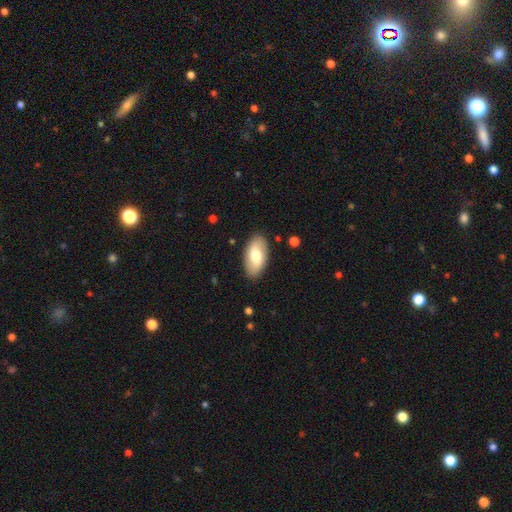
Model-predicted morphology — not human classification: smooth 65%, featured or disk 30%, star or artifact 6%. Down the decision tree: how rounded — in between (94%); merging — none (87%).